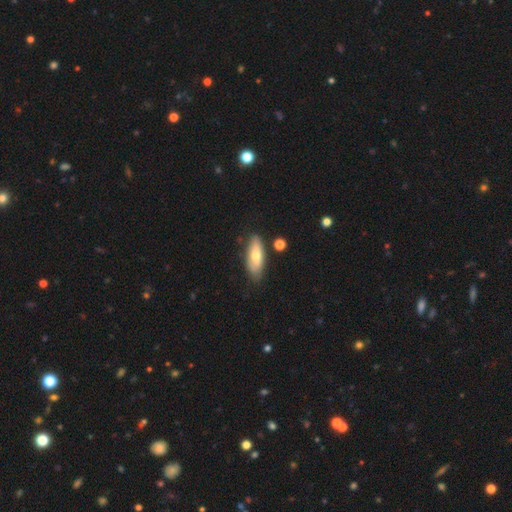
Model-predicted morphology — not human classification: Overall: smooth (62%; featured or disk 32%). How rounded: in between (70%). Merging: none (77%).